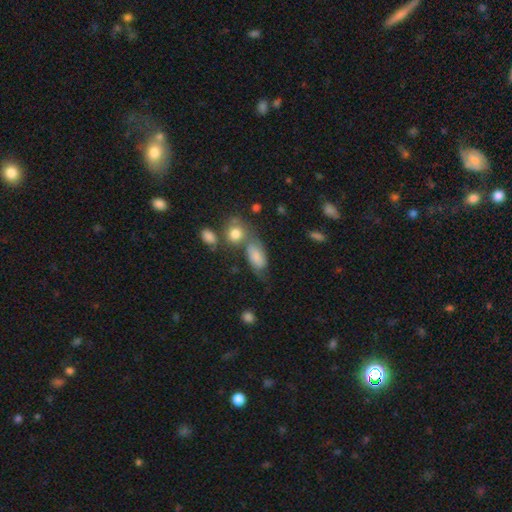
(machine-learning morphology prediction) smooth 57%, featured or disk 29%, star or artifact 14%. Down the decision tree: how rounded — in between (82%); merging — none (42%).